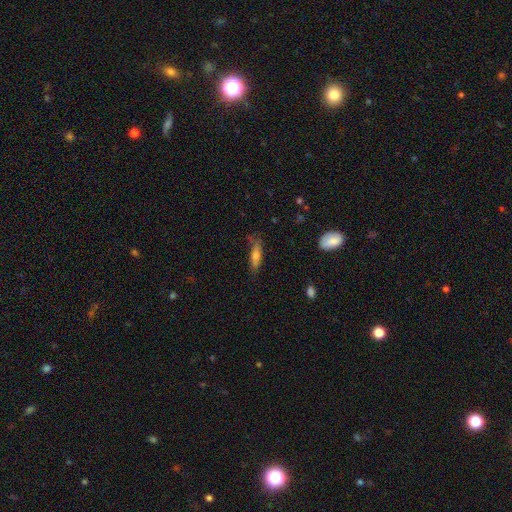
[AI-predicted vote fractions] Smooth or featured? smooth (59%)
How rounded? cigar-shaped (71%)
Merging? none (71%)